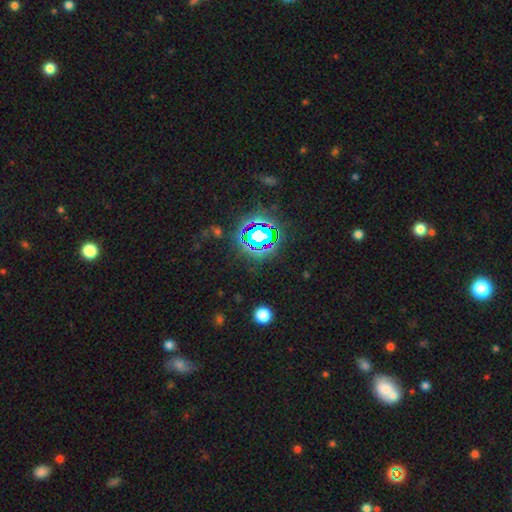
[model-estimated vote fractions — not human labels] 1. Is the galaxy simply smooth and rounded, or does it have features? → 80% star or artifact, 12% smooth, 8% featured or disk.